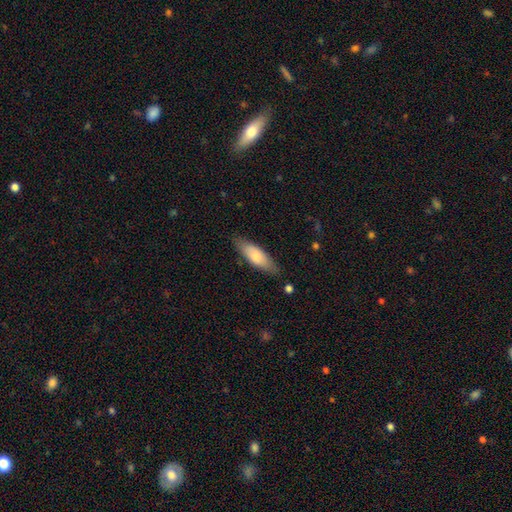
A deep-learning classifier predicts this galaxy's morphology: This is likely a smooth galaxy (75%). How rounded: possibly in between (56%). Merging: clearly none (81%).